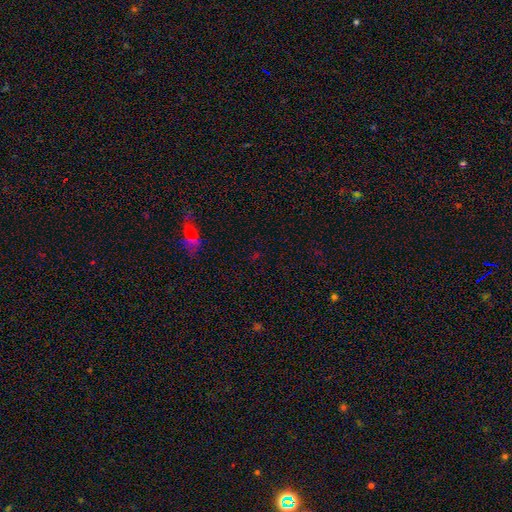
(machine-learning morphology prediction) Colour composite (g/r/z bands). It shows a star or artifact, not a galaxy (62%).